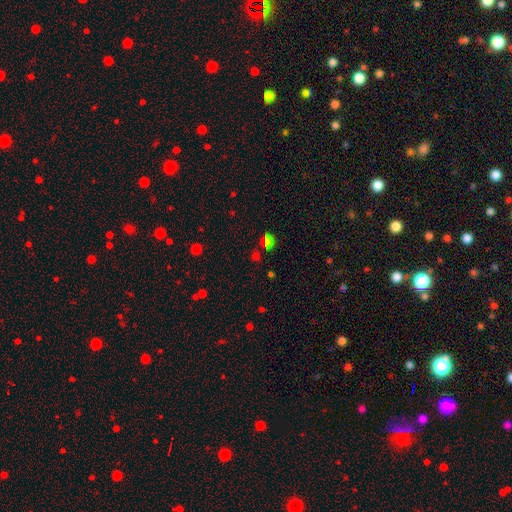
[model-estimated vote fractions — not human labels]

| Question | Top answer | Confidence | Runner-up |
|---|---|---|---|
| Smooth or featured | smooth | 49% | star or artifact (43%) |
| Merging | none | 77% | minor disturbance (11%) |